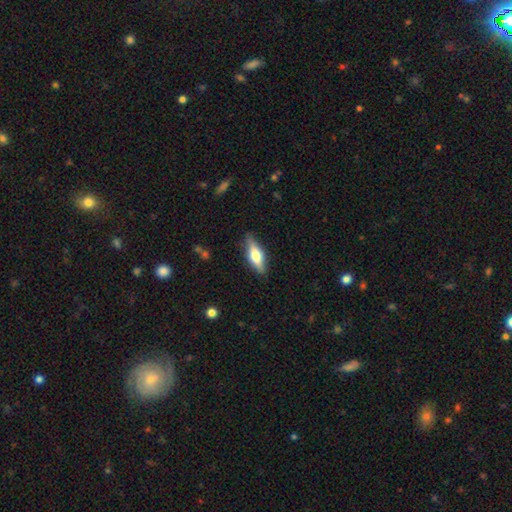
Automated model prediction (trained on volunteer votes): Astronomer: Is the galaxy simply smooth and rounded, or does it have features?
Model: smooth — 47% (runner-up: featured or disk, 46%).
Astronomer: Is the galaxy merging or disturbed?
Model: none — 85%.